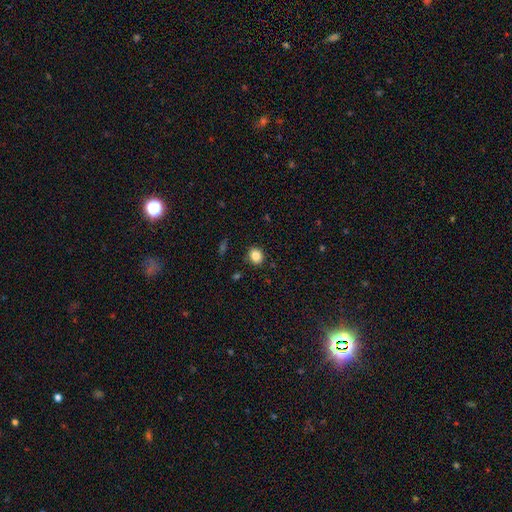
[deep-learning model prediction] This is clearly a smooth galaxy (85%). How rounded: likely round (70%). Merging: clearly none (87%).